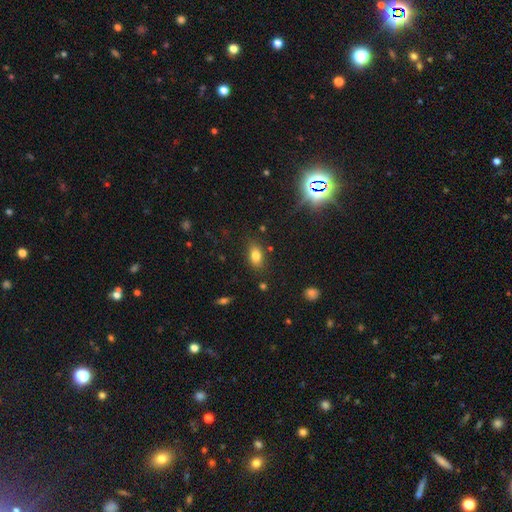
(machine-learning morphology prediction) smooth 78%, star or artifact 12%, featured or disk 10%. Down the decision tree: how rounded — in between (85%); merging — none (80%).